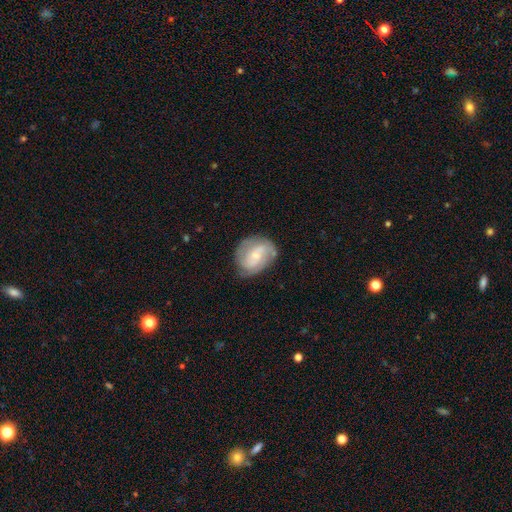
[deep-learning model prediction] This appears to be a featured or disk galaxy (73%) with no bar (51%), 2 (44%) tight (43%) spiral arms (93%) and a small central bulge (61%). Merging: none (70%).